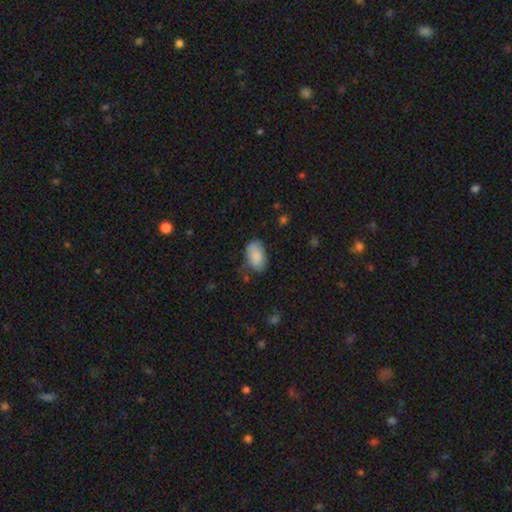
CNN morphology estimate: Smooth or featured?
  - smooth: 87% *
  - featured or disk: 7%
  - star or artifact: 7%
How rounded?
  - in between: 93% *
  - round: 6%
  - cigar-shaped: 2%
Merging?
  - none: 68% *
  - minor disturbance: 24%
  - major disturbance: 6%
  - merger: 2%